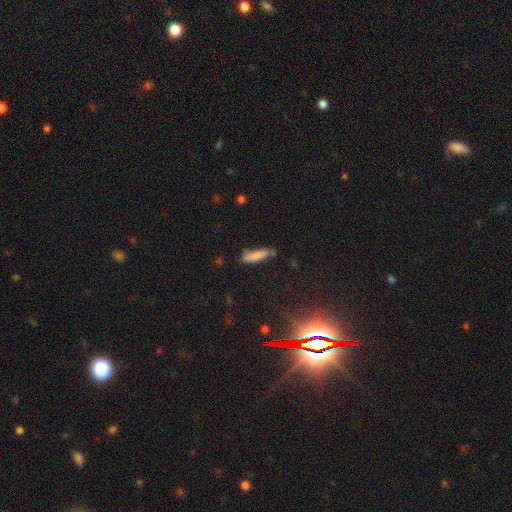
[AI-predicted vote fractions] smooth-or-featured: smooth: 79% | featured or disk: 13% | star or artifact: 8%
  how-rounded: cigar-shaped: 72% | in between: 27% | round: 2%
  merging: none: 61% | minor disturbance: 27% | major disturbance: 6% | merger: 5%